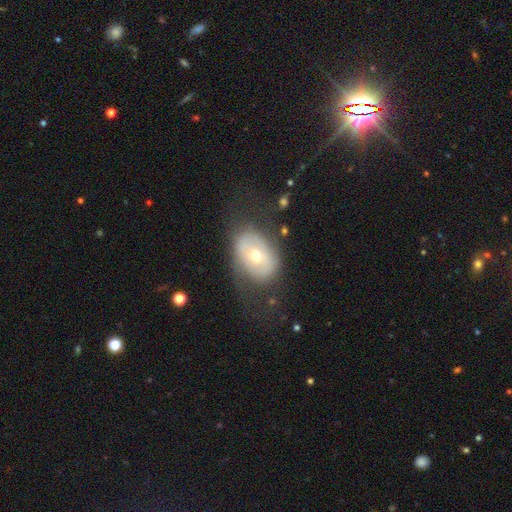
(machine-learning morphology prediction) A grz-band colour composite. It shows a featured or disk galaxy (51%). Merging: none (64%).